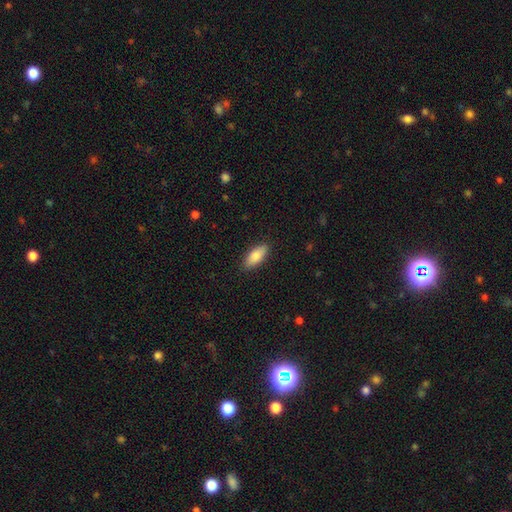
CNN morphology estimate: The model was most divided on "how rounded": in between: 81%, cigar-shaped: 17%, round: 2%. More confident: merging — none (88%); smooth or featured — smooth (81%).